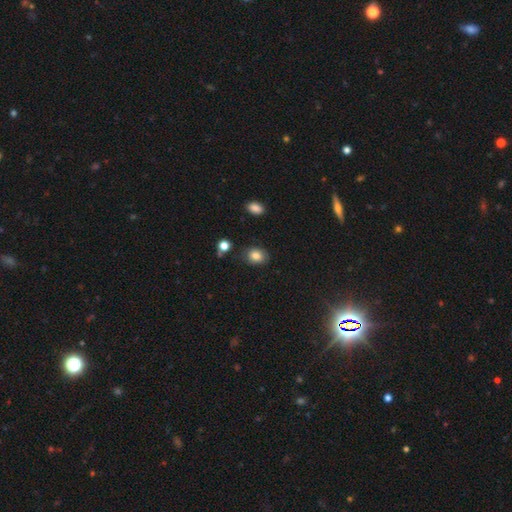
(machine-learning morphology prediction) A smooth galaxy with no disk features (82%) that is in between round and cigar-shaped (55%). Merging: none (80%).